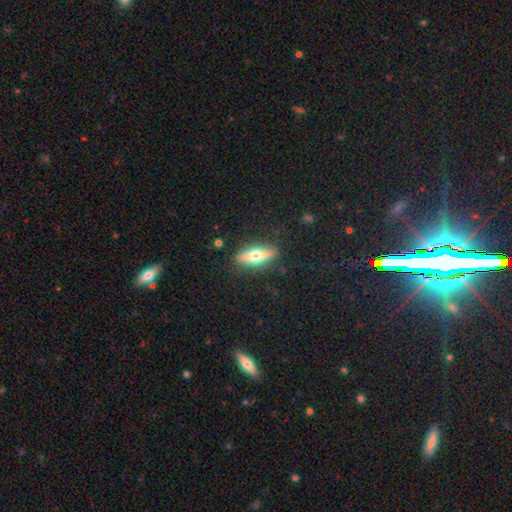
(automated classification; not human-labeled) Smooth or featured?
  - featured or disk: 47% *
  - smooth: 46%
  - star or artifact: 7%
Merging?
  - none: 86% *
  - minor disturbance: 10%
  - major disturbance: 3%
  - merger: 1%